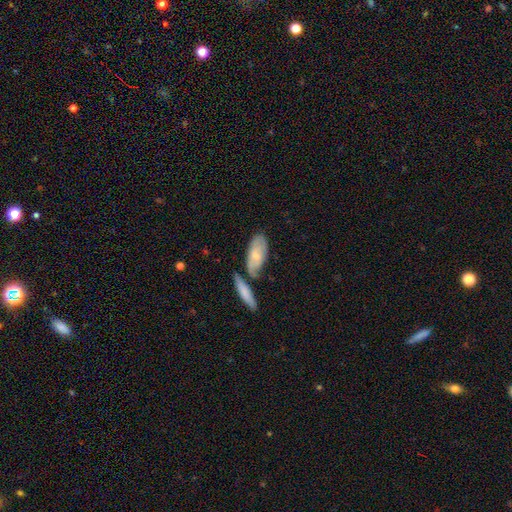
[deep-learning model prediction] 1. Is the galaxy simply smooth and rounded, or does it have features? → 63% smooth, 32% featured or disk, 5% star or artifact.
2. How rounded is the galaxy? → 81% in between, 16% cigar-shaped, 2% round.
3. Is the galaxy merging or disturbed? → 49% none, 24% merger, 20% minor disturbance, 6% major disturbance.